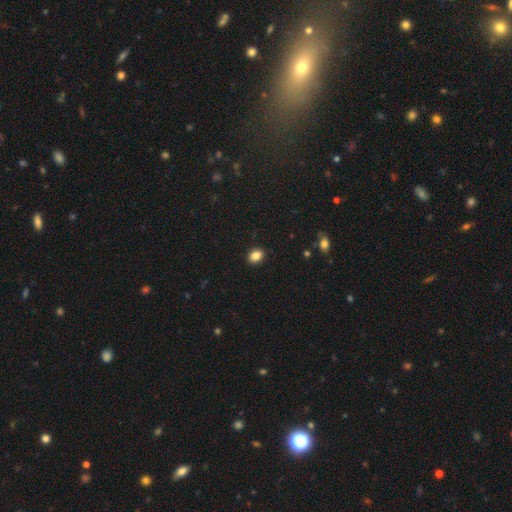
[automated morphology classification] This appears to be a smooth galaxy with no disk features (86%) that is in between round and cigar-shaped (58%). Merging: none (91%).